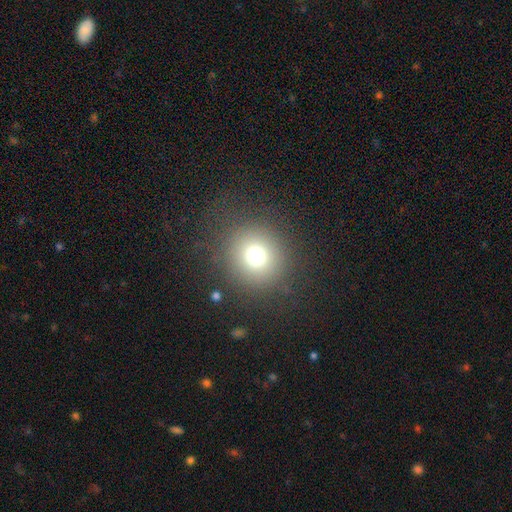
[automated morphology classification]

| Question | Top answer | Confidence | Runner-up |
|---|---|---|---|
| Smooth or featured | smooth | 73% | star or artifact (17%) |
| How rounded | round | 94% | in between (5%) |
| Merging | none | 85% | minor disturbance (7%) |